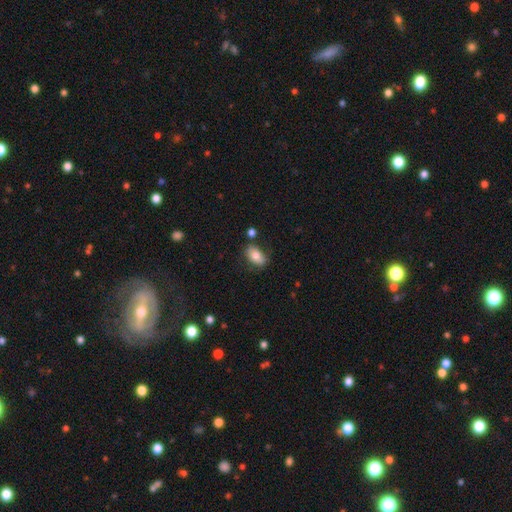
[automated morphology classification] smooth_or_featured: smooth (p=0.78) [alt: featured or disk p=0.14]
how_rounded: in between (p=0.90) [alt: round p=0.07]
merging: none (p=0.70) [alt: minor disturbance p=0.19]